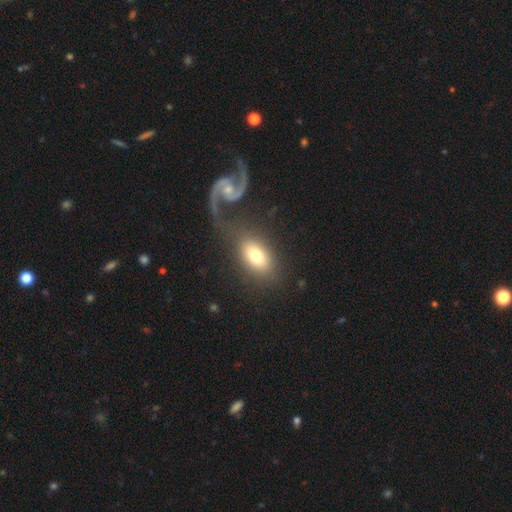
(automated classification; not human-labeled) A smooth galaxy with no disk features (68%) that is in between round and cigar-shaped (84%). Merging: none (63%).